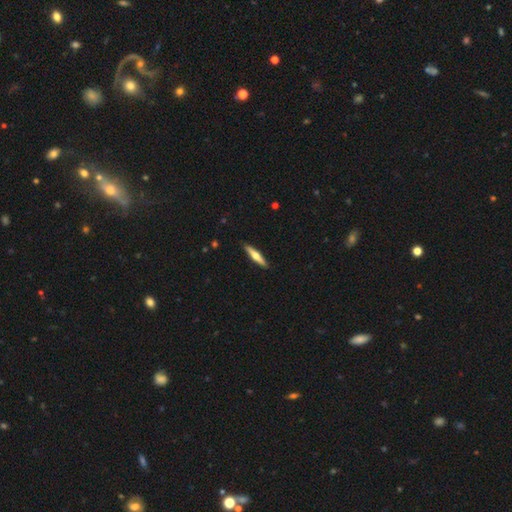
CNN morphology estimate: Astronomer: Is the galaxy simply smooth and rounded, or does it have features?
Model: smooth — 48% (runner-up: featured or disk, 47%).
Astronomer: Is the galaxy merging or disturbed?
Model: none — 90%.